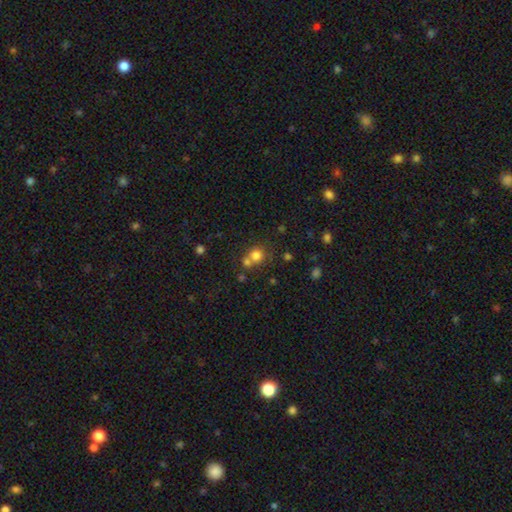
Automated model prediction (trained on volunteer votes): smooth 77%, star or artifact 14%, featured or disk 9%. Down the decision tree: how rounded — round (85%); merging — none (50%).